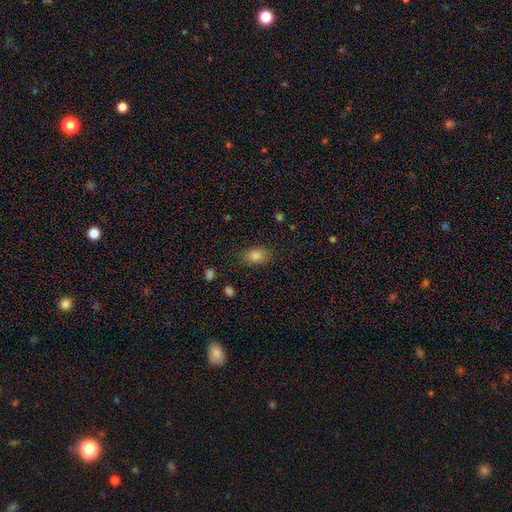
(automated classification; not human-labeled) This is clearly a smooth galaxy (83%). How rounded: likely in between (78%). Merging: clearly none (83%).